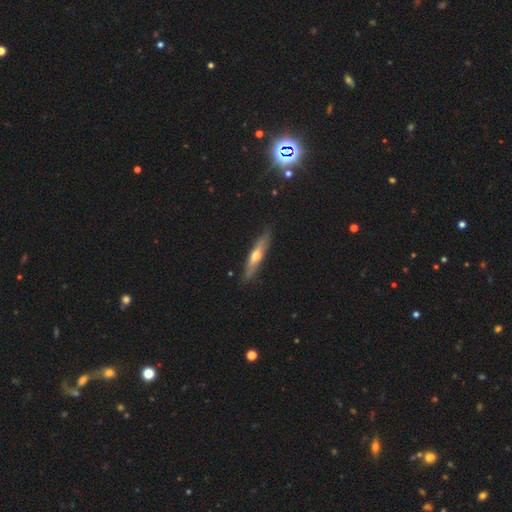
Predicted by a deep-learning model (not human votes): Smooth or featured: featured or disk — 54% (smooth — 40%)
Edge-on disk: yes — 90% (no — 10%)
Merging: none — 86% (minor disturbance — 11%)